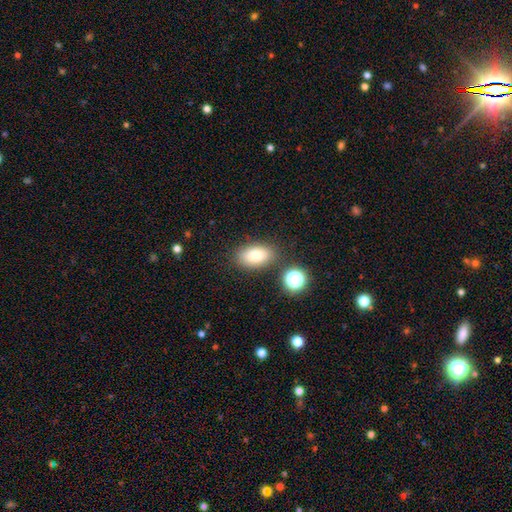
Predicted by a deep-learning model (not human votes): The model was most divided on "smooth or featured": smooth: 79%, featured or disk: 11%, star or artifact: 10%. More confident: how rounded — in between (89%); merging — none (80%).